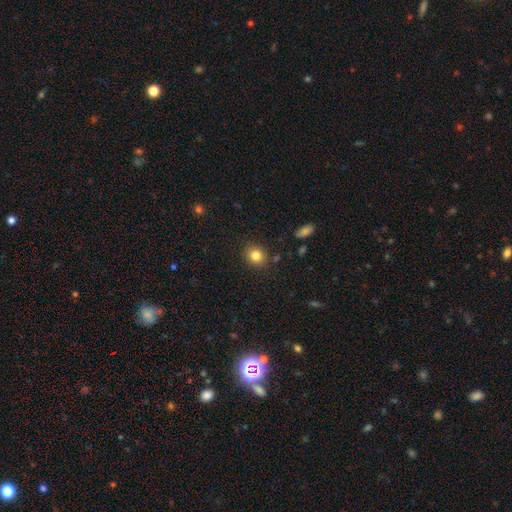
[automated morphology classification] Overall: smooth (82%). How rounded: round (78%). Merging: none (87%).